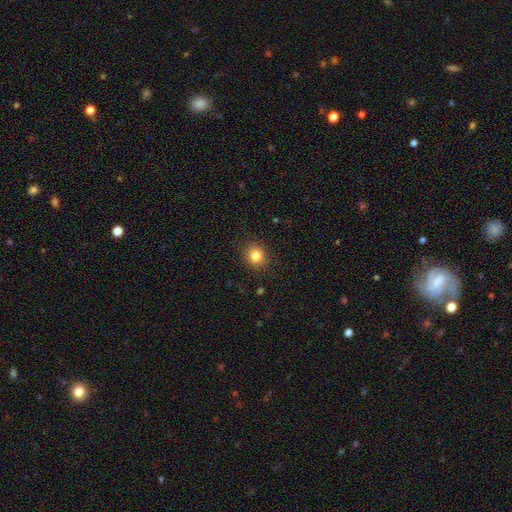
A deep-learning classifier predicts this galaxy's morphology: type=smooth (82%); roundness=round (85%); merging=none (90%).